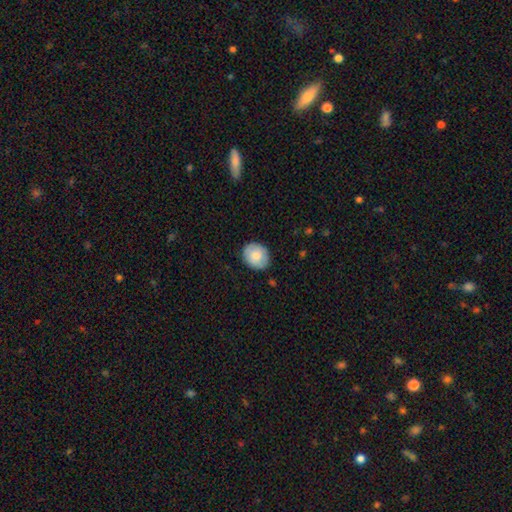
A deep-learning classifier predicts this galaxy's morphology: Smooth or featured? Predicted: smooth (p=0.78). How rounded? Predicted: round (p=0.54). Merging? Predicted: none (p=0.85).